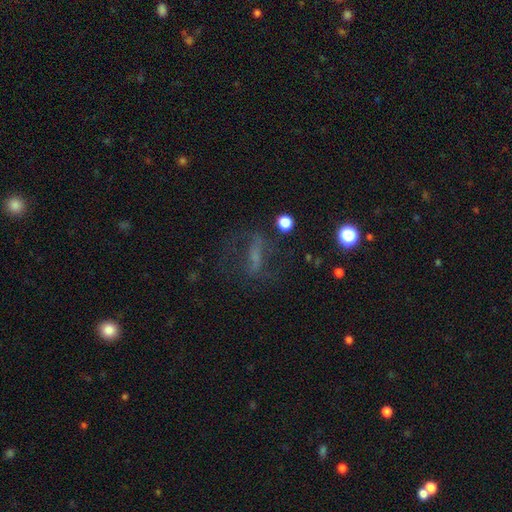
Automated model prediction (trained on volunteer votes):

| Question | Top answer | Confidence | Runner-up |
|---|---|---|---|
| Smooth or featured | featured or disk | 42% | smooth (33%) |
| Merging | none | 58% | major disturbance (23%) |